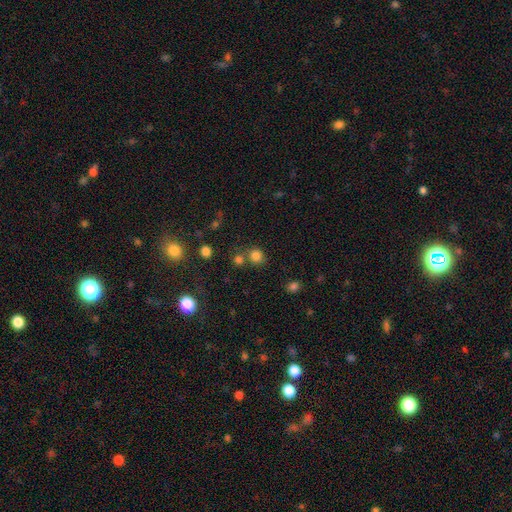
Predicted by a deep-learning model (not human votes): Smooth or featured? Predicted: smooth (p=0.79). How rounded? Predicted: round (p=0.83). Merging? Predicted: none (p=0.67).